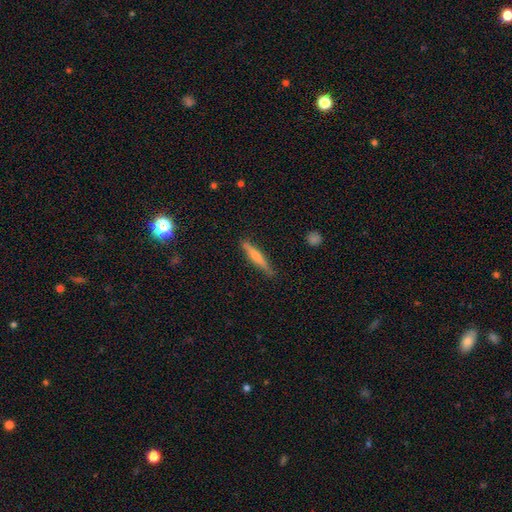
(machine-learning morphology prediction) A featured or disk galaxy (47%). Merging: none (87%).